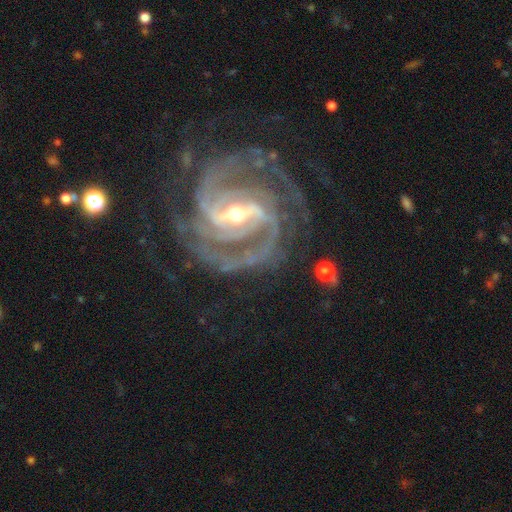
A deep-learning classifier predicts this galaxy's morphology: A featured or disk galaxy (93%) with a strong bar (63%), 2 (37%) tight (58%) spiral arms (99%) and a moderate central bulge (52%). Merging: none (72%).